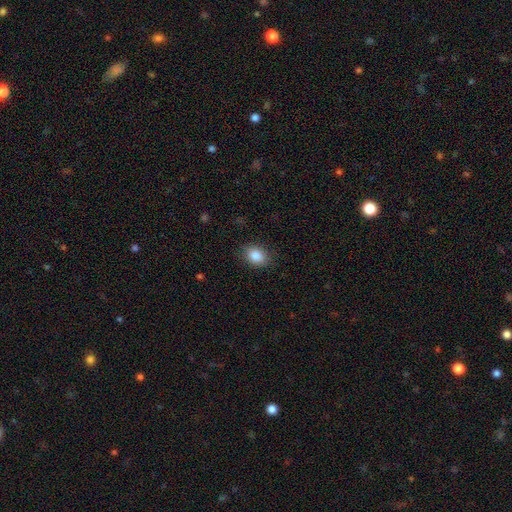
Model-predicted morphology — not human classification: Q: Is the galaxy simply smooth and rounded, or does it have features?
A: smooth — 86%.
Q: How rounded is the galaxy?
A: in between — 72%.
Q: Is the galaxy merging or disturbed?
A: none — 86%.